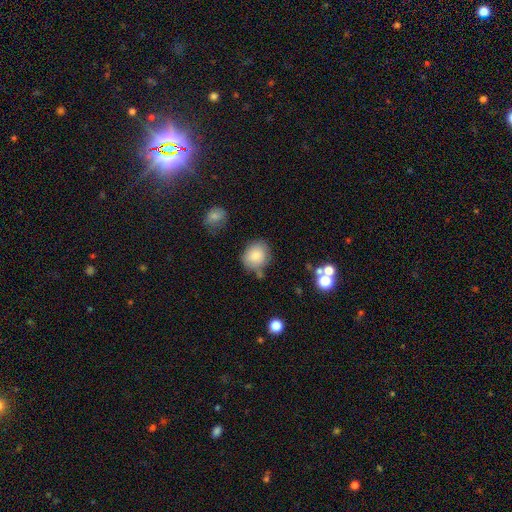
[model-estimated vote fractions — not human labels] The model was most divided on "how rounded": round: 67%, in between: 32%, cigar-shaped: 1%. More confident: smooth or featured — smooth (84%); merging — none (66%).